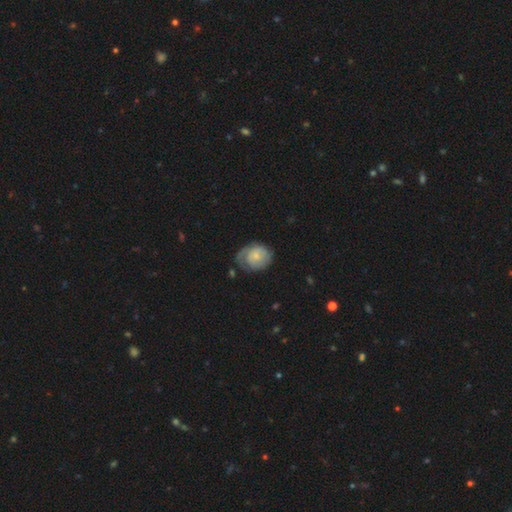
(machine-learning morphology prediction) Smooth or featured: featured or disk — 59% (smooth — 35%)
Edge-on disk: no — 97% (yes — 3%)
Bar: no — 72% (weak — 25%)
Spiral arms: yes — 86% (no — 14%)
Bulge size: small — 59% (moderate — 27%)
Merging: none — 52% (minor disturbance — 29%)